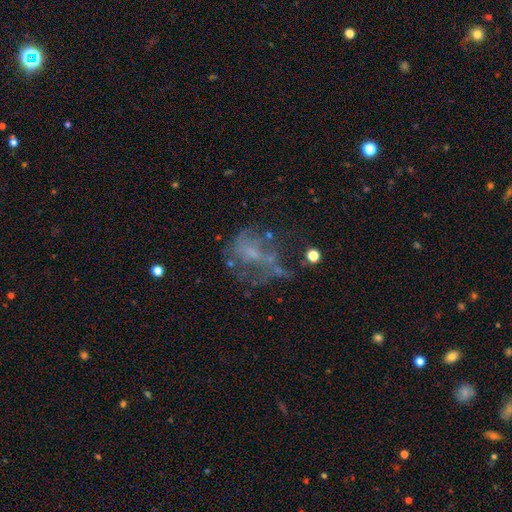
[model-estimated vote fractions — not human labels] Smooth or featured?
  - featured or disk: 52% *
  - star or artifact: 27%
  - smooth: 22%
Edge-on disk?
  - no: 97% *
  - yes: 3%
Merging?
  - none: 40% *
  - major disturbance: 35%
  - minor disturbance: 17%
  - merger: 8%